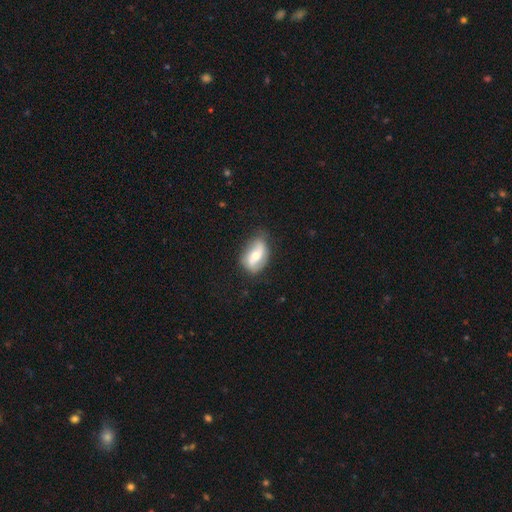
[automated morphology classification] Smooth or featured? Predicted: featured or disk (p=0.60). Edge-on disk? Predicted: no (p=0.93). Bar? Predicted: no (p=0.39). Spiral arms? Predicted: yes (p=0.77). Bulge size? Predicted: moderate (p=0.66). Merging? Predicted: none (p=0.70).